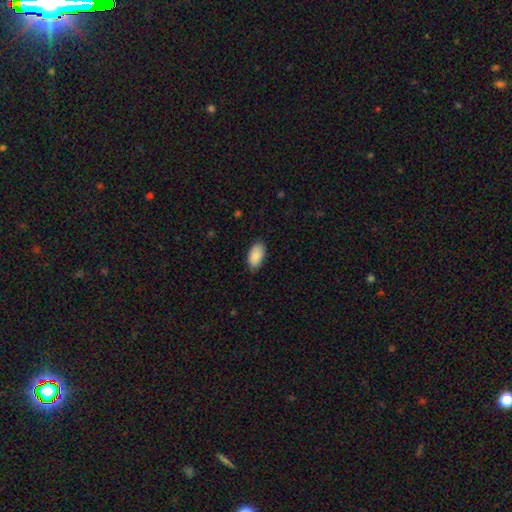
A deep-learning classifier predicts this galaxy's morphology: Overall: smooth (89%). How rounded: in between (95%). Merging: none (83%).